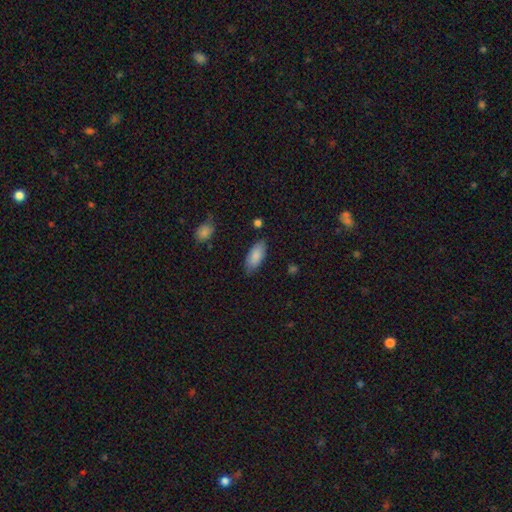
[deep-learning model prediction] A smooth galaxy with no disk features (86%) that is in between round and cigar-shaped (87%).

Vote fractions:
- Smooth or featured? smooth: 86% / featured or disk: 8% / star or artifact: 6%
- How rounded? in between: 87% / cigar-shaped: 12% / round: 2%
- Merging? none: 79% / minor disturbance: 16% / major disturbance: 3% / merger: 2%